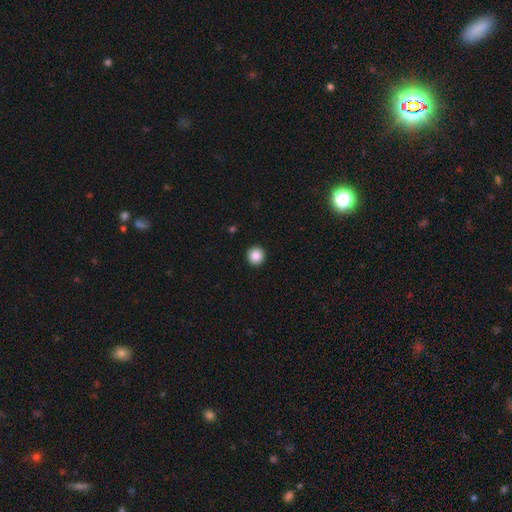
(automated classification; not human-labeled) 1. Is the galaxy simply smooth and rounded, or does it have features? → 88% smooth, 9% star or artifact, 3% featured or disk.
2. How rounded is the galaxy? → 96% round, 3% in between, 1% cigar-shaped.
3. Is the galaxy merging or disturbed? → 94% none, 4% minor disturbance, 1% major disturbance, 1% merger.